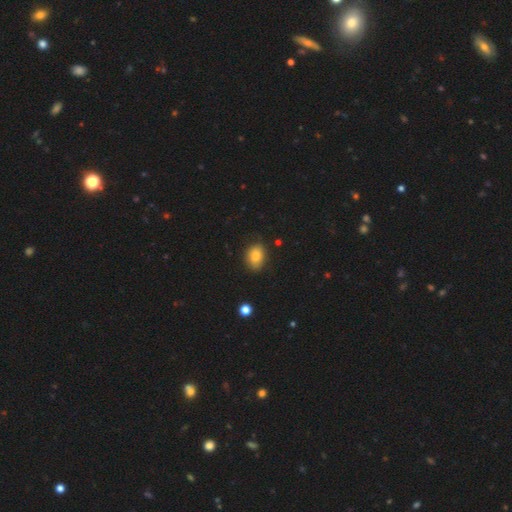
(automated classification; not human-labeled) This appears to be a smooth galaxy with no disk features (83%) that is in between round and cigar-shaped (72%). Merging: none (79%).